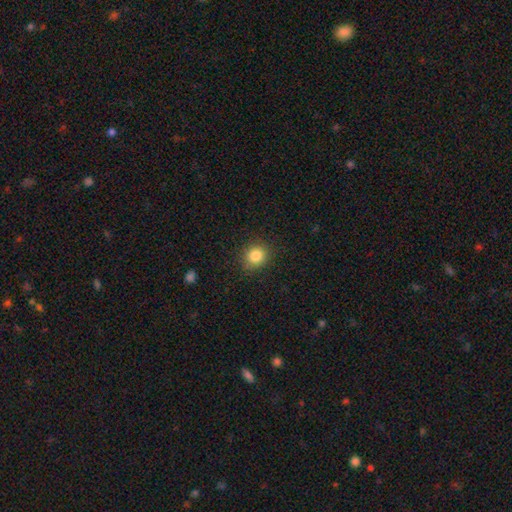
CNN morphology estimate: smooth_or_featured: smooth (p=0.85) [alt: star or artifact p=0.10]
how_rounded: round (p=0.80) [alt: in between p=0.19]
merging: none (p=0.87) [alt: minor disturbance p=0.09]